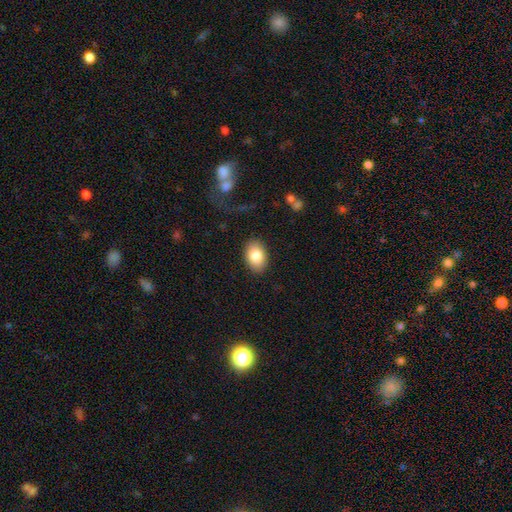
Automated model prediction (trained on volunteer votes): A smooth galaxy with no disk features (83%) that is in between round and cigar-shaped (86%). Merging: none (87%).